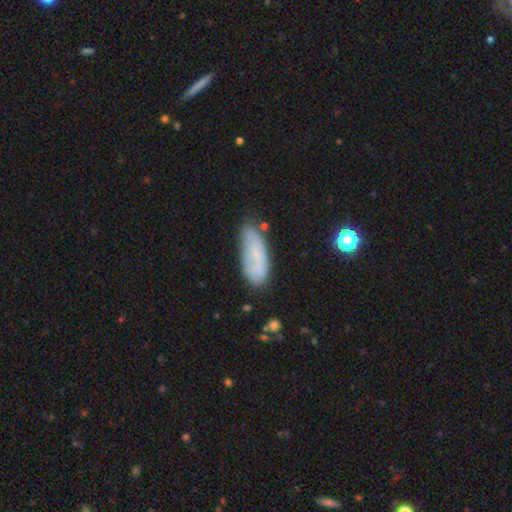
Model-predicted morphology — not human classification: Smooth or featured: smooth — 60% (featured or disk — 30%)
How rounded: in between — 73% (cigar-shaped — 25%)
Merging: none — 61% (minor disturbance — 27%)